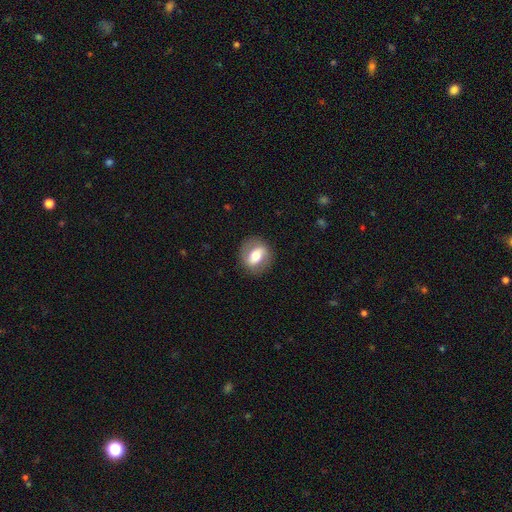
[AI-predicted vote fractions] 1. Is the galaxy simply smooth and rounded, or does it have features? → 49% smooth, 43% featured or disk, 8% star or artifact.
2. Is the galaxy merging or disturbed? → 84% none, 11% minor disturbance, 4% major disturbance, 1% merger.